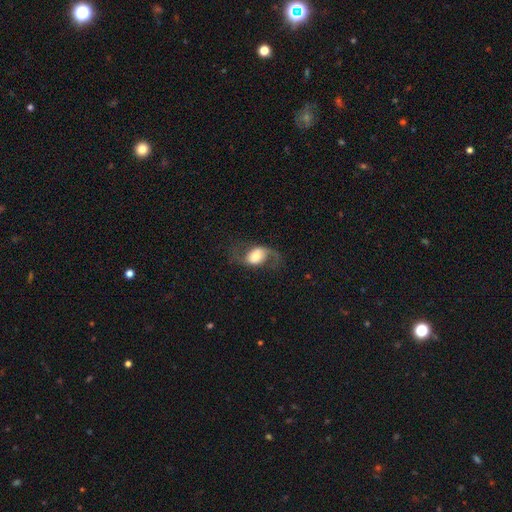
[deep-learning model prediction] This is possibly a featured or disk galaxy (60%). It is clearly not viewed edge-on (95%). Bar: possibly no (51%). Spiral arm pattern: clearly yes (87%). Central bulge: marginally moderate (39%). Merging: possibly none (56%).